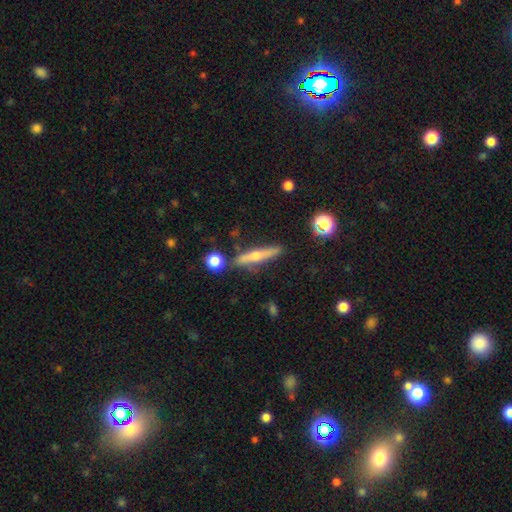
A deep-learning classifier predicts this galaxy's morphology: Smooth or featured: featured or disk — 64% (smooth — 25%)
Edge-on disk: yes — 94% (no — 6%)
Edge-on bulge: rounded — 87% (none — 9%)
Merging: none — 79% (minor disturbance — 11%)